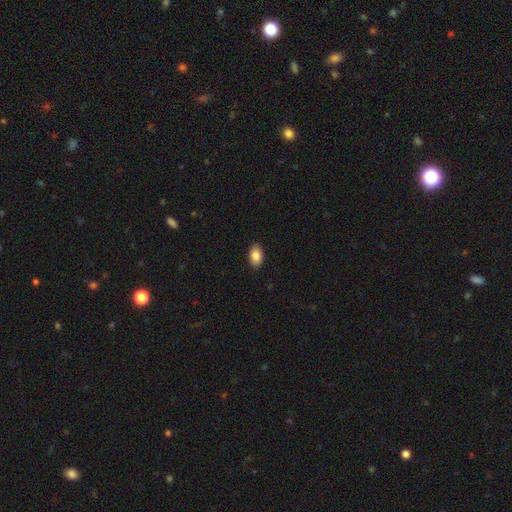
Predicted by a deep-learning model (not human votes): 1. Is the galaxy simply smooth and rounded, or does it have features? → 86% smooth, 7% star or artifact, 7% featured or disk.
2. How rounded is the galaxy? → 90% in between, 9% round, 1% cigar-shaped.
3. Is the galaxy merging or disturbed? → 89% none, 8% minor disturbance, 2% major disturbance, 1% merger.